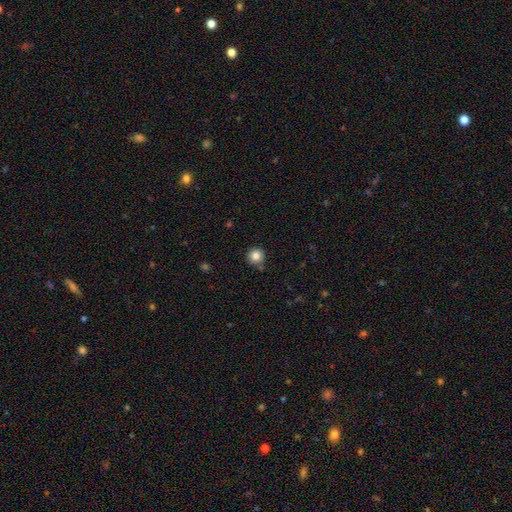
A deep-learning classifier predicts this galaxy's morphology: Q: Smooth or featured?
A: smooth (84%); runner-up: star or artifact (11%)
Q: How rounded?
A: round (94%); runner-up: in between (5%)
Q: Merging?
A: none (83%); runner-up: minor disturbance (10%)